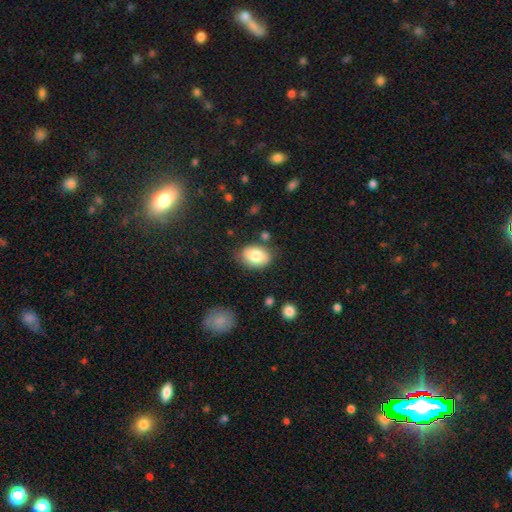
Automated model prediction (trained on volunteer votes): Smooth or featured? smooth (81%)
How rounded? in between (80%)
Merging? none (77%)